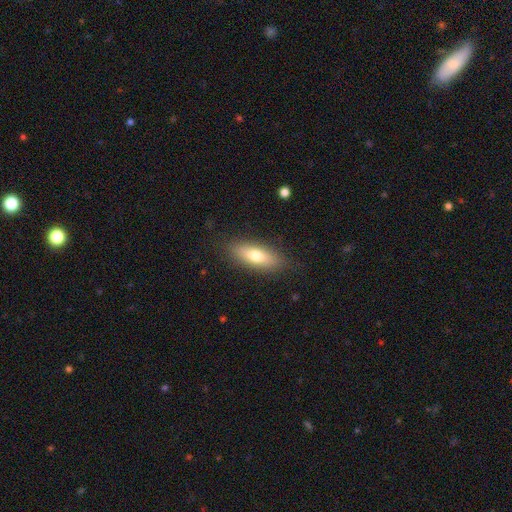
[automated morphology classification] Q: Smooth or featured?
A: smooth (70%); runner-up: featured or disk (23%)
Q: How rounded?
A: in between (64%); runner-up: cigar-shaped (33%)
Q: Merging?
A: none (85%); runner-up: minor disturbance (11%)